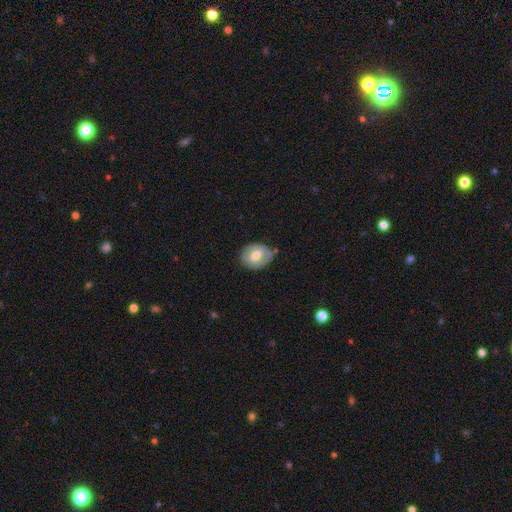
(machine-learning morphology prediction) Smooth or featured? featured or disk (51%)
Edge-on disk? no (95%)
Merging? none (66%)